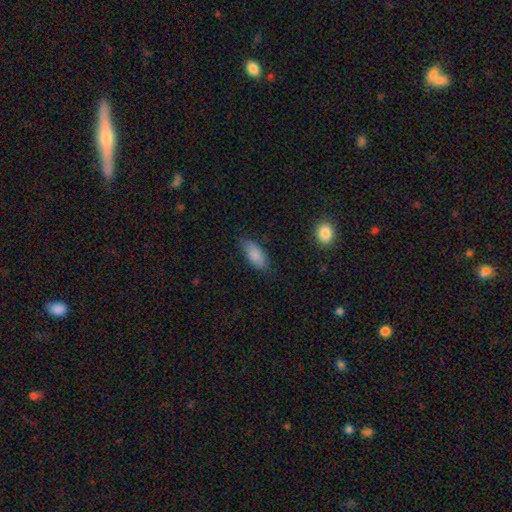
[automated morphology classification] A smooth galaxy with no disk features (86%) that is in between round and cigar-shaped (84%).

Vote fractions:
- Smooth or featured? smooth: 86% / featured or disk: 8% / star or artifact: 7%
- How rounded? in between: 84% / cigar-shaped: 14% / round: 2%
- Merging? none: 78% / minor disturbance: 18% / major disturbance: 4% / merger: 1%